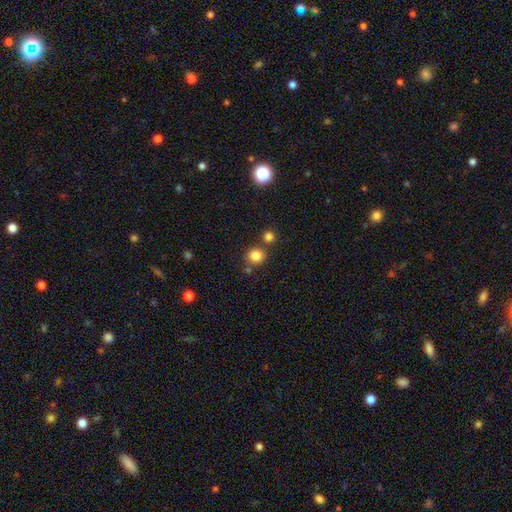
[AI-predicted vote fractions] A smooth galaxy with no disk features (82%) that is round (88%). Merging: none (72%).